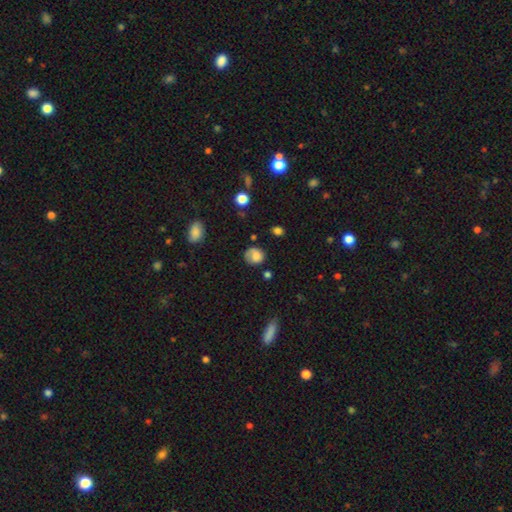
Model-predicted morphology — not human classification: This is likely a smooth galaxy (74%). How rounded: likely round (68%). Merging: likely none (61%).